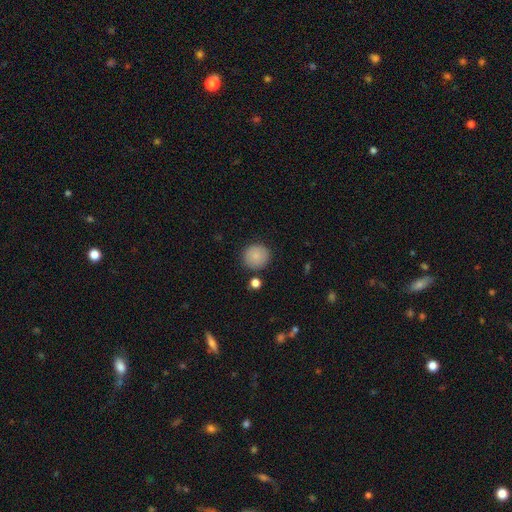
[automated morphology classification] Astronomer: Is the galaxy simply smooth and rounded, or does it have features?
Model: smooth — 85%.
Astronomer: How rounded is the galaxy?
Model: round — 93%.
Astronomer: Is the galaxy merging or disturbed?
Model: none — 87%.